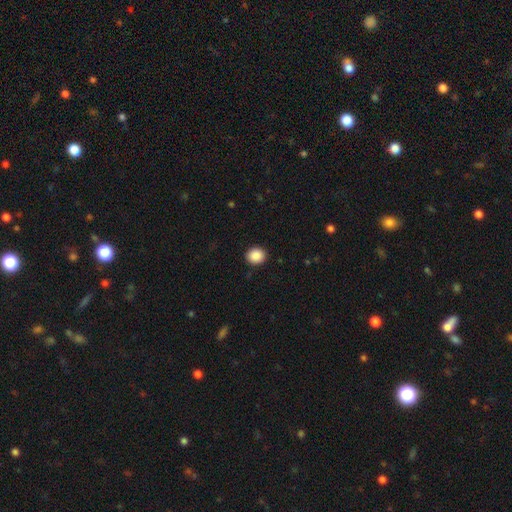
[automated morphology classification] Smooth or featured: smooth — 89% (star or artifact — 8%)
How rounded: round — 77% (in between — 23%)
Merging: none — 92% (minor disturbance — 6%)